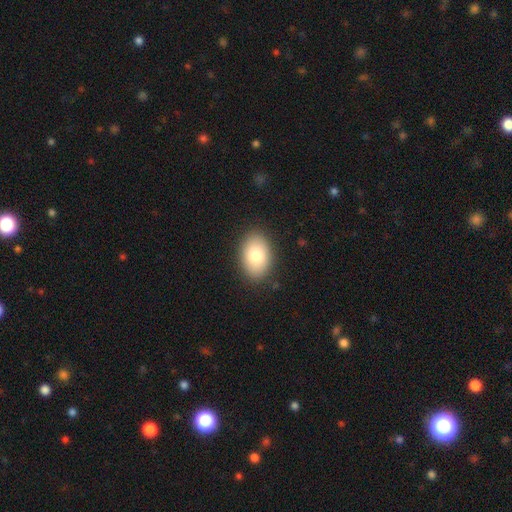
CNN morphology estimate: Smooth or featured?
  - smooth: 80% *
  - featured or disk: 12%
  - star or artifact: 8%
How rounded?
  - in between: 85% *
  - round: 14%
  - cigar-shaped: 1%
Merging?
  - none: 87% *
  - minor disturbance: 9%
  - major disturbance: 3%
  - merger: 1%